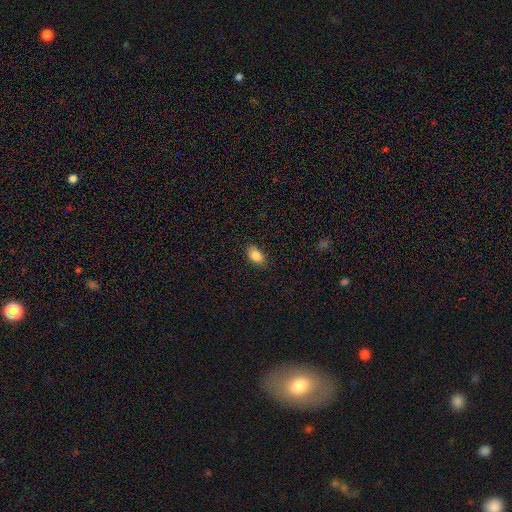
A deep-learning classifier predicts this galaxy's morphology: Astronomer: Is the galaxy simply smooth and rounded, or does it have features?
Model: smooth — 84%.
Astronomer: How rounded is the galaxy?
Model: in between — 86%.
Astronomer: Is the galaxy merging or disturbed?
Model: none — 82%.